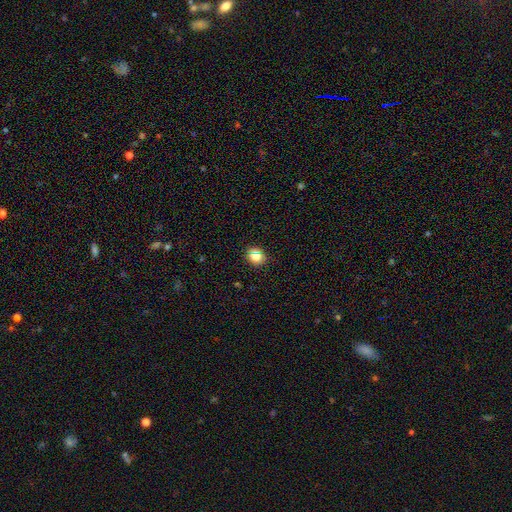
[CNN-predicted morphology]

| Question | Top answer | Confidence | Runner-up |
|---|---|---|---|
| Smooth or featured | smooth | 73% | star or artifact (19%) |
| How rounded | round | 73% | in between (25%) |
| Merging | none | 88% | minor disturbance (8%) |